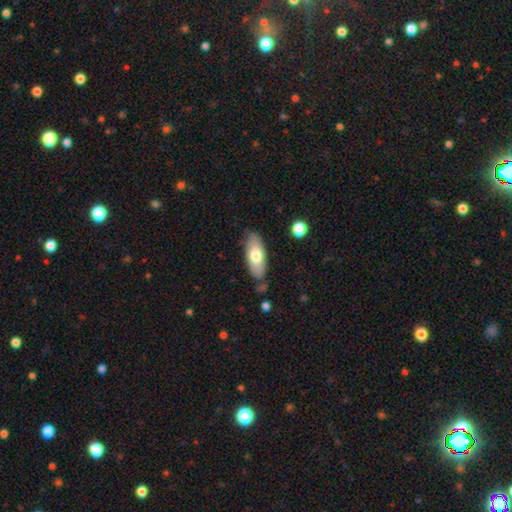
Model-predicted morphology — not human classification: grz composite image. It shows a smooth galaxy with no disk features (69%) that is in between round and cigar-shaped (81%). Merging: none (79%).